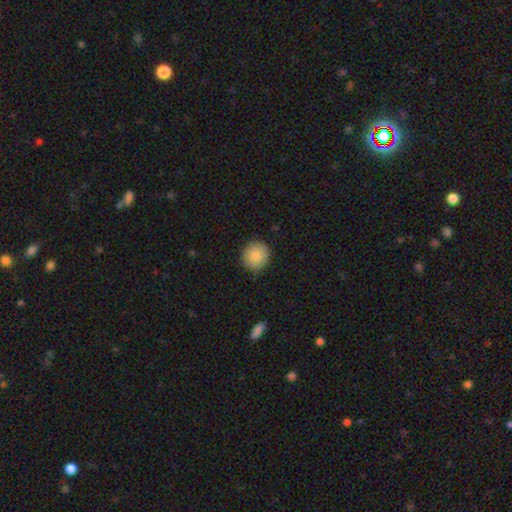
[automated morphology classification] smooth 87%, star or artifact 7%, featured or disk 6%. Down the decision tree: how rounded — round (92%); merging — none (90%).